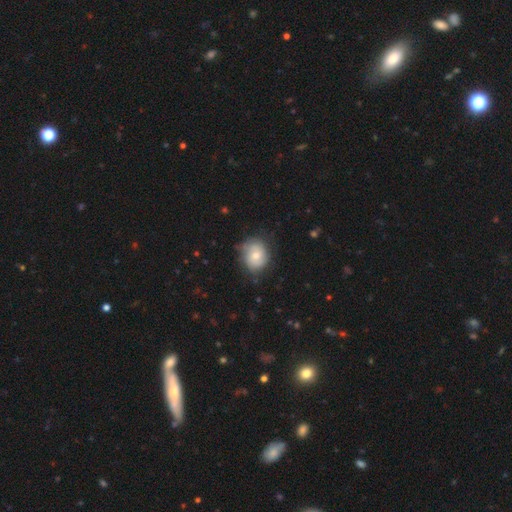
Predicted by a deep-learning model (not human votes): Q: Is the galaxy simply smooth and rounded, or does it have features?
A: smooth — 57%.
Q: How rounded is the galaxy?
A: round — 66%.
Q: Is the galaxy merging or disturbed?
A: none — 71%.